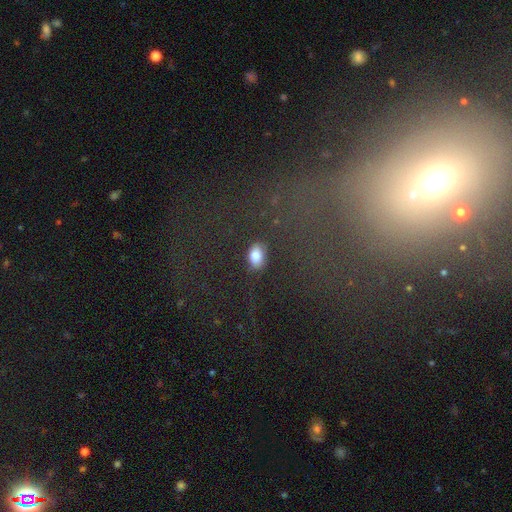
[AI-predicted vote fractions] smooth_or_featured: smooth (p=0.80) [alt: star or artifact p=0.12]
how_rounded: in between (p=0.89) [alt: round p=0.08]
merging: none (p=0.78) [alt: minor disturbance p=0.14]